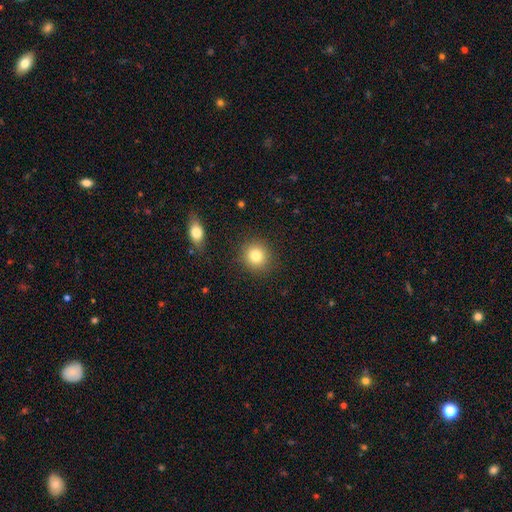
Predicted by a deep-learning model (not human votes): smooth 81%, star or artifact 11%, featured or disk 8%. Down the decision tree: how rounded — round (89%); merging — none (89%).